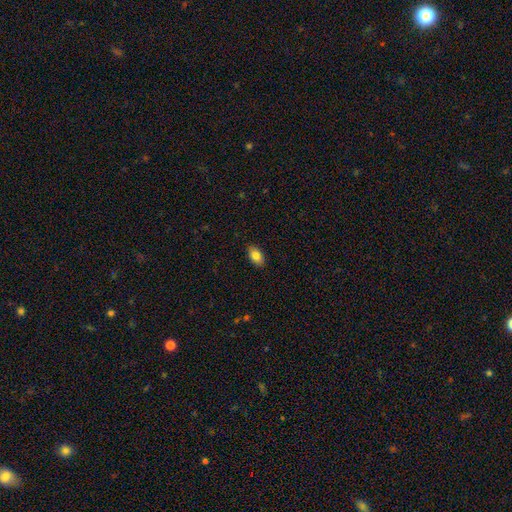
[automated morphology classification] The model was most divided on "smooth or featured": smooth: 83%, featured or disk: 9%, star or artifact: 8%. More confident: how rounded — in between (91%); merging — none (89%).